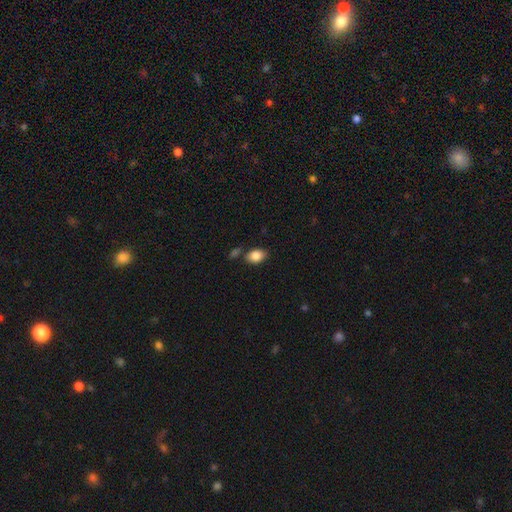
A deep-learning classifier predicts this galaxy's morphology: smooth 85%, star or artifact 8%, featured or disk 7%. Down the decision tree: how rounded — in between (82%); merging — none (72%).